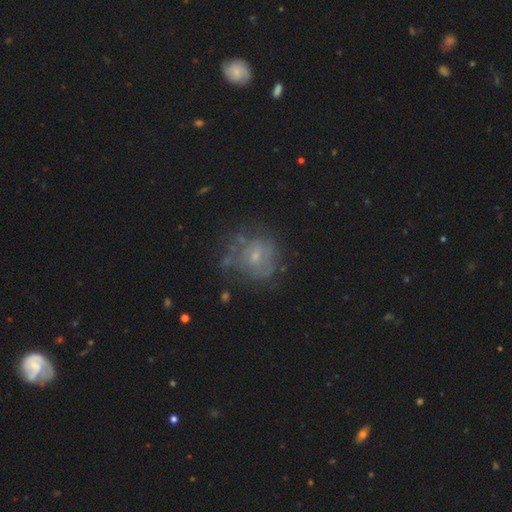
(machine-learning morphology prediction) Q: Smooth or featured?
A: featured or disk (58%); runner-up: smooth (30%)
Q: Edge-on disk?
A: no (97%); runner-up: yes (3%)
Q: Bar?
A: no (56%); runner-up: weak (37%)
Q: Spiral arms?
A: yes (53%); runner-up: no (47%)
Q: Bulge size?
A: small (65%); runner-up: moderate (26%)
Q: Merging?
A: none (58%); runner-up: minor disturbance (22%)